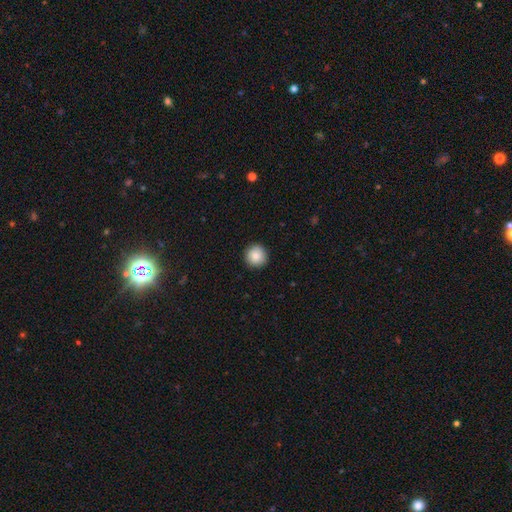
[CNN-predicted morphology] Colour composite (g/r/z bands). It shows a smooth galaxy with no disk features (86%) that is round (95%). Merging: none (92%).